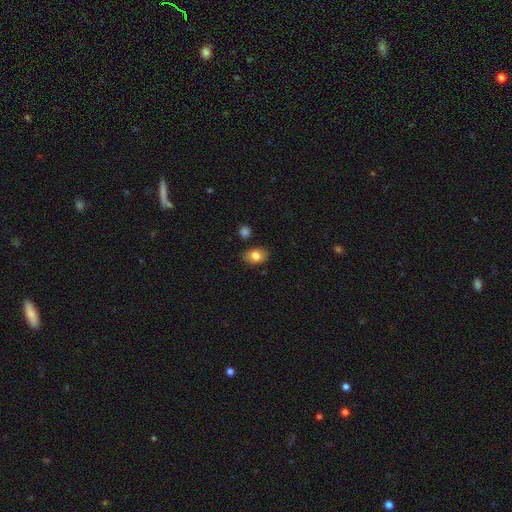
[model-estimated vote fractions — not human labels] Smooth or featured? smooth (82%)
How rounded? in between (78%)
Merging? none (80%)